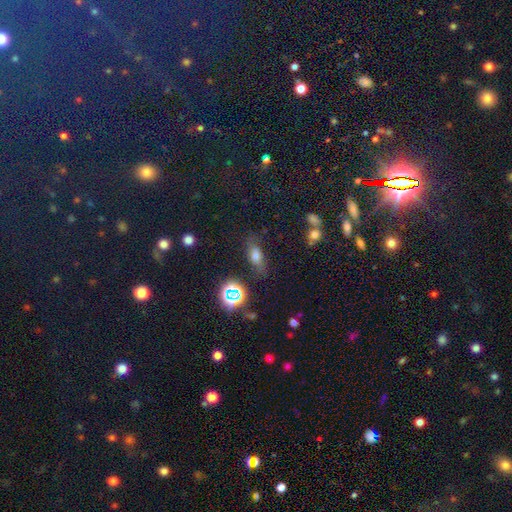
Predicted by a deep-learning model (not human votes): Smooth or featured? smooth (62%)
How rounded? in between (69%)
Merging? none (74%)